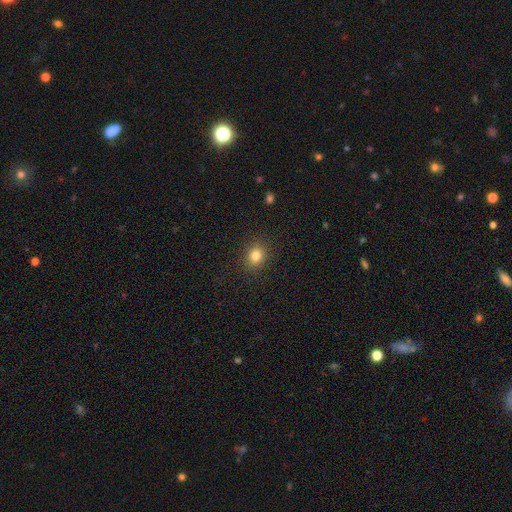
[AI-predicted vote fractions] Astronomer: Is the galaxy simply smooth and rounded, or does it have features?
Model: smooth — 82%.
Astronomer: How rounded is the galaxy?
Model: round — 73%.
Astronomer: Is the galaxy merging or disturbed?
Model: none — 90%.